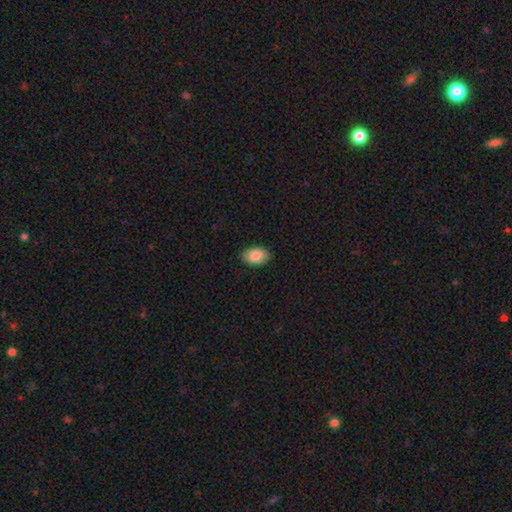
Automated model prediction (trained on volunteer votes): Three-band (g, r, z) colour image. It shows a smooth galaxy with no disk features (86%) that is in between round and cigar-shaped (90%). Merging: none (88%).